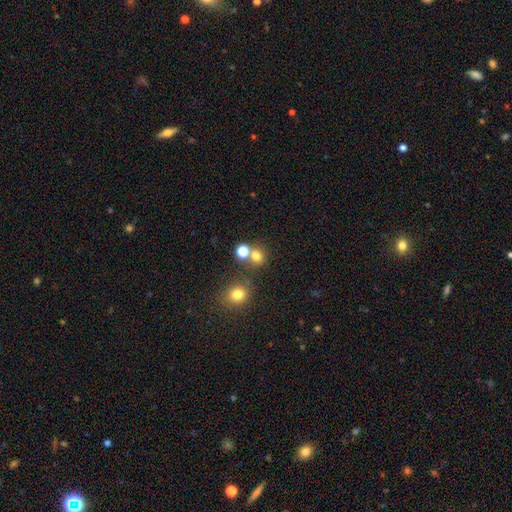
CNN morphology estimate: A smooth galaxy with no disk features (74%) that is round (84%).

Vote fractions:
- Smooth or featured? smooth: 74% / star or artifact: 18% / featured or disk: 8%
- How rounded? round: 84% / in between: 15% / cigar-shaped: 1%
- Merging? none: 63% / merger: 25% / minor disturbance: 8% / major disturbance: 4%